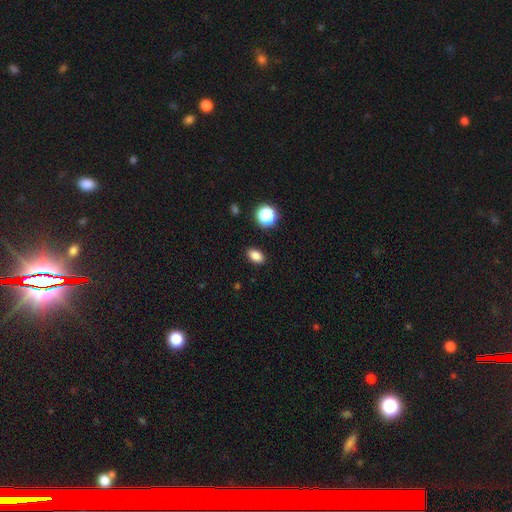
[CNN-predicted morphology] smooth 84%, star or artifact 12%, featured or disk 4%. Down the decision tree: how rounded — in between (83%); merging — none (89%).